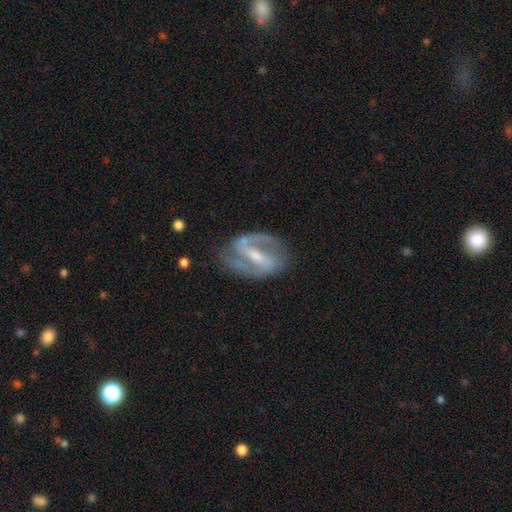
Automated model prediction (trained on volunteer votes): Smooth or featured: featured or disk — 87% (smooth — 7%)
Edge-on disk: no — 96% (yes — 4%)
Bar: strong — 58% (weak — 31%)
Spiral arms: yes — 94% (no — 6%)
Spiral winding: medium — 52% (tight — 28%)
Spiral arm count: 2 — 87% (can't tell — 5%)
Bulge size: small — 48% (moderate — 45%)
Merging: none — 72% (minor disturbance — 18%)